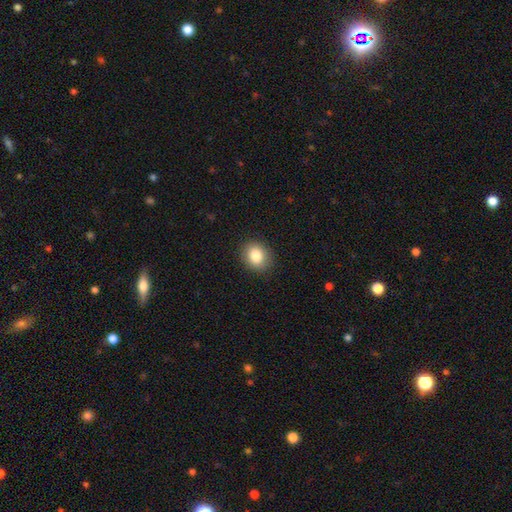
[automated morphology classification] The model was most divided on "how rounded": round: 65%, in between: 34%, cigar-shaped: 1%. More confident: merging — none (89%); smooth or featured — smooth (84%).